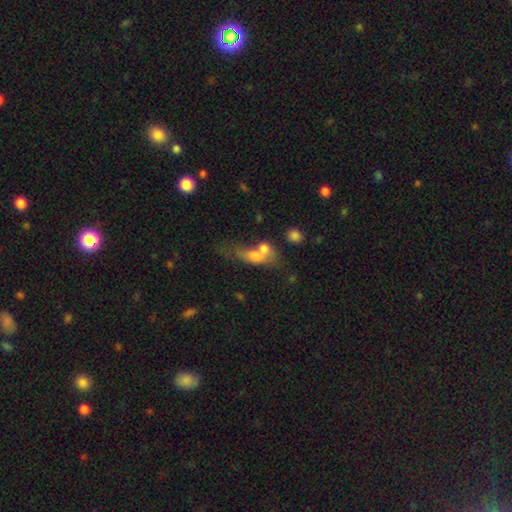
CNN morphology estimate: A smooth galaxy with no disk features (64%) that is in between round and cigar-shaped (67%).

Vote fractions:
- Smooth or featured? smooth: 64% / featured or disk: 25% / star or artifact: 11%
- How rounded? in between: 67% / round: 18% / cigar-shaped: 15%
- Merging? merger: 55% / none: 20% / major disturbance: 14% / minor disturbance: 11%